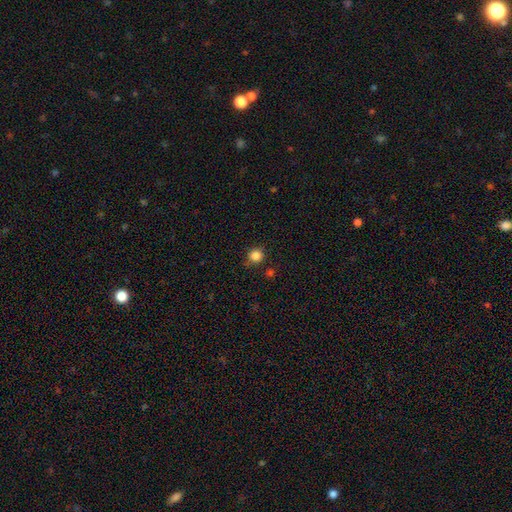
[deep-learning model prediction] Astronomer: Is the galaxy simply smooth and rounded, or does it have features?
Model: smooth — 84%.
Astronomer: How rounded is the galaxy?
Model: round — 91%.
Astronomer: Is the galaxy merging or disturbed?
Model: none — 83%.